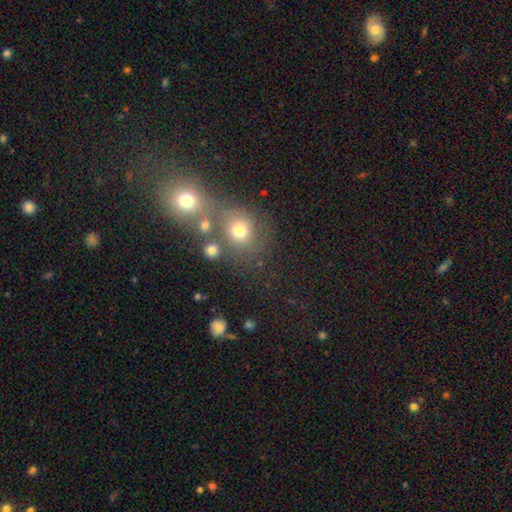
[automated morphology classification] The model was most divided on "merging": none: 44%, merger: 43%, minor disturbance: 8%, major disturbance: 5%. More confident: how rounded — round (79%); smooth or featured — smooth (61%).